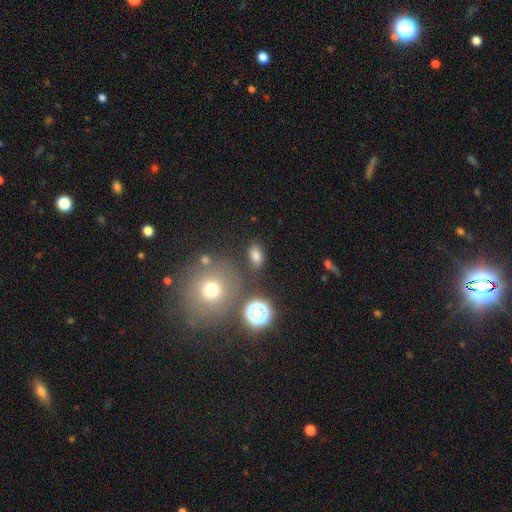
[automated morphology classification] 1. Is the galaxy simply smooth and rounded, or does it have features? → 75% smooth, 17% star or artifact, 8% featured or disk.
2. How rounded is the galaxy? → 82% in between, 15% round, 3% cigar-shaped.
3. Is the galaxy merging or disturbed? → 76% none, 13% minor disturbance, 6% merger, 5% major disturbance.